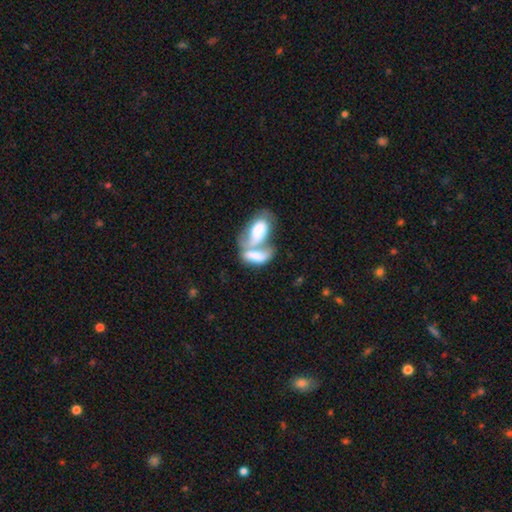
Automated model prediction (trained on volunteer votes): This is likely a smooth galaxy (68%). How rounded: clearly in between (89%). Merging: likely merger (78%).